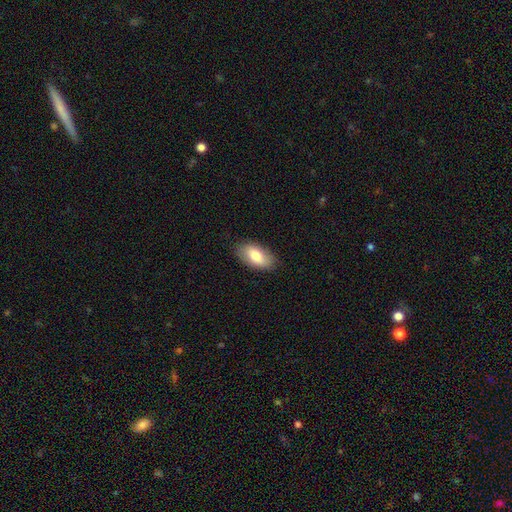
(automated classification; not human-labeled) The model was most divided on "smooth or featured": smooth: 77%, featured or disk: 17%, star or artifact: 6%. More confident: how rounded — in between (93%); merging — none (85%).